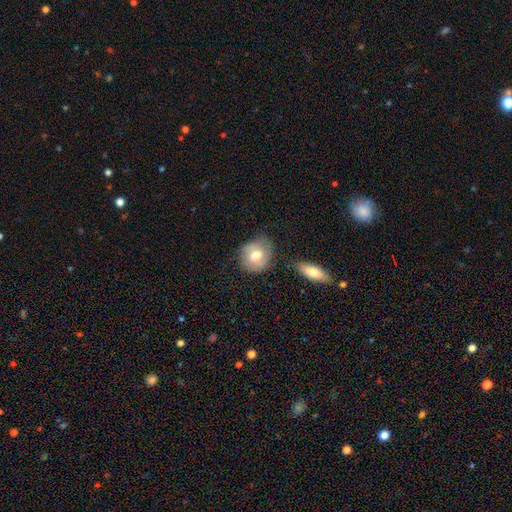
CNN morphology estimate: This is likely a smooth galaxy (63%). How rounded: likely round (66%). Merging: likely none (65%).